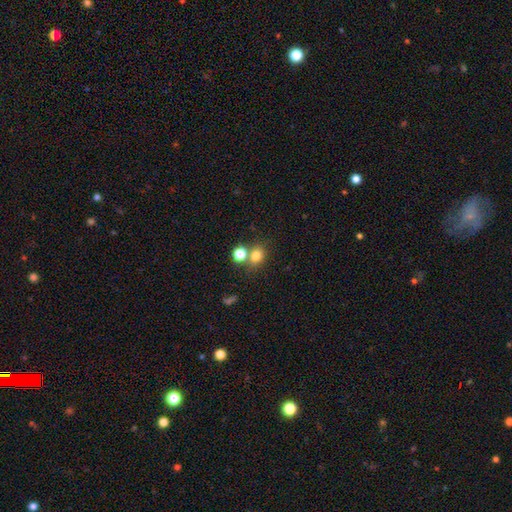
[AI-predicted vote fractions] The model was most divided on "merging": none: 58%, merger: 29%, minor disturbance: 9%, major disturbance: 4%. More confident: smooth or featured — smooth (77%); how rounded — round (66%).